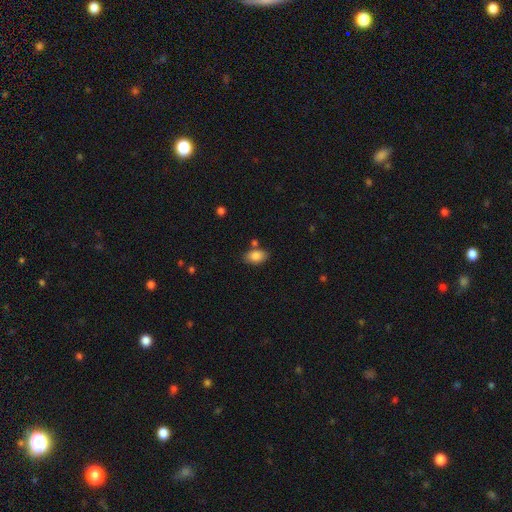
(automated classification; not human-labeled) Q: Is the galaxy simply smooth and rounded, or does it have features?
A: smooth — 85%.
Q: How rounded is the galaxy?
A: in between — 89%.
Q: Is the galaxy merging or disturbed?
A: none — 75%.